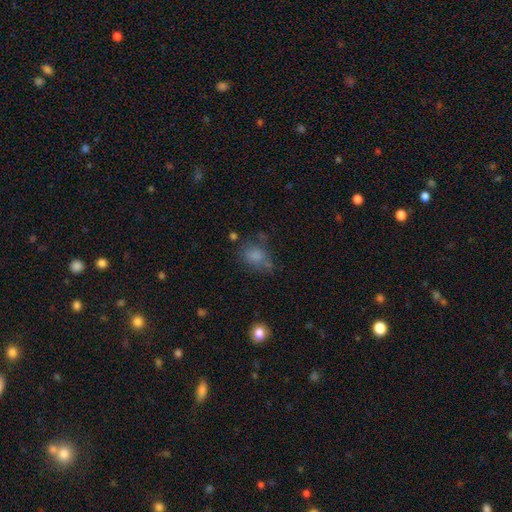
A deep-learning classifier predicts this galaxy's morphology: This is likely a smooth galaxy (71%). How rounded: likely in between (65%). Merging: possibly none (47%).